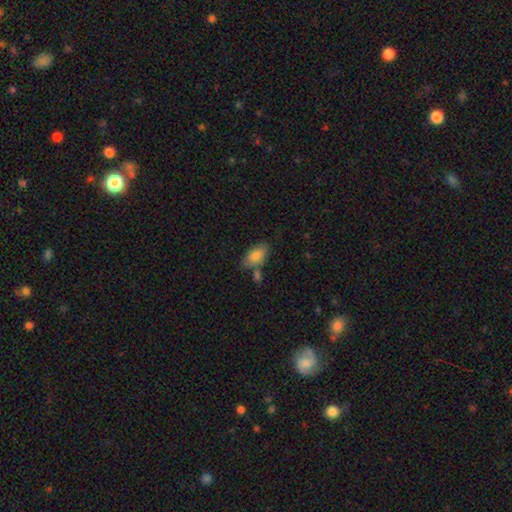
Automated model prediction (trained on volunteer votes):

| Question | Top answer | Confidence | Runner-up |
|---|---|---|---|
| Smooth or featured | smooth | 82% | featured or disk (12%) |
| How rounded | in between | 92% | round (4%) |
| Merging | none | 57% | minor disturbance (21%) |